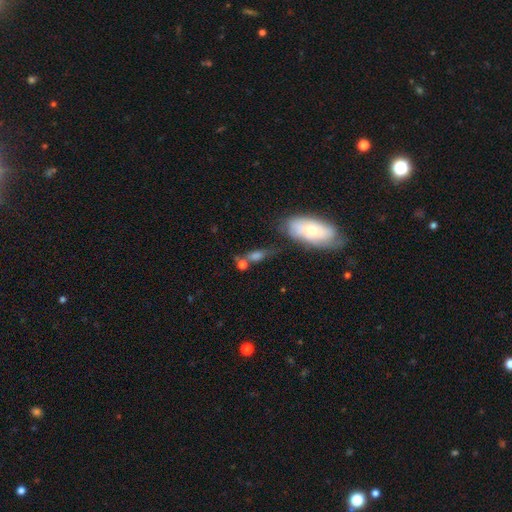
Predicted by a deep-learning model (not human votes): Smooth or featured? smooth (61%)
How rounded? in between (60%)
Merging? none (48%)